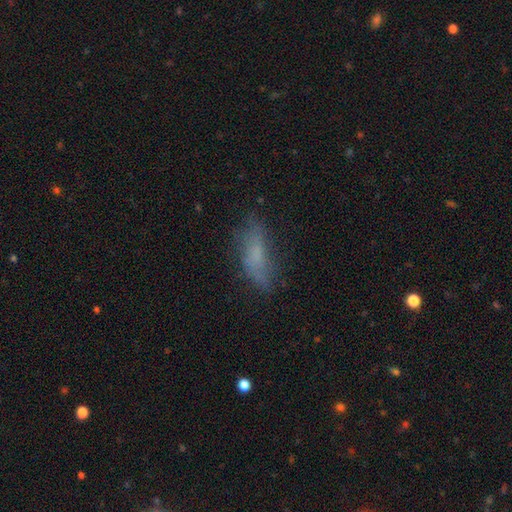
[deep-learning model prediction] Smooth or featured? smooth (62%)
How rounded? in between (63%)
Merging? none (59%)